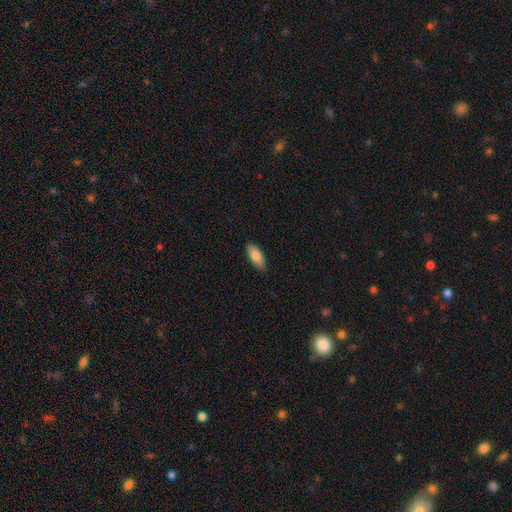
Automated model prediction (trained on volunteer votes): Smooth or featured? smooth (84%)
How rounded? in between (82%)
Merging? none (89%)